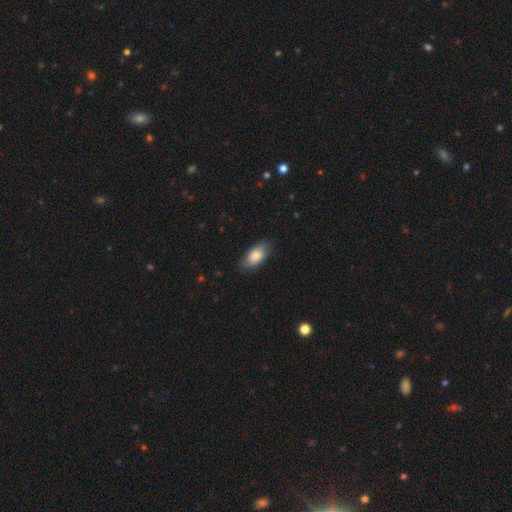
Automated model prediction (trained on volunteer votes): Morphology: type=smooth (81%); roundness=in between (92%); merging=none (78%).